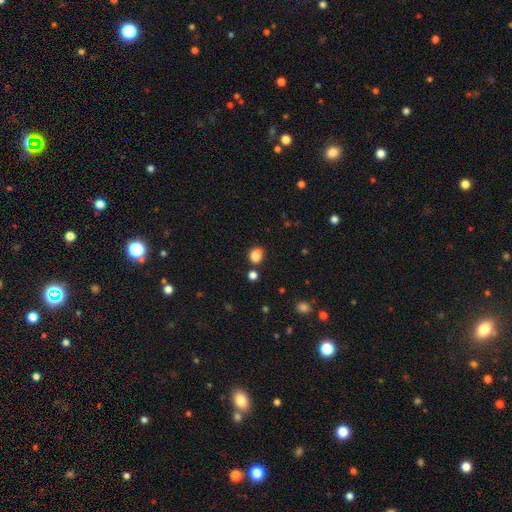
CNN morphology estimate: Smooth or featured? smooth (85%)
How rounded? round (65%)
Merging? none (77%)